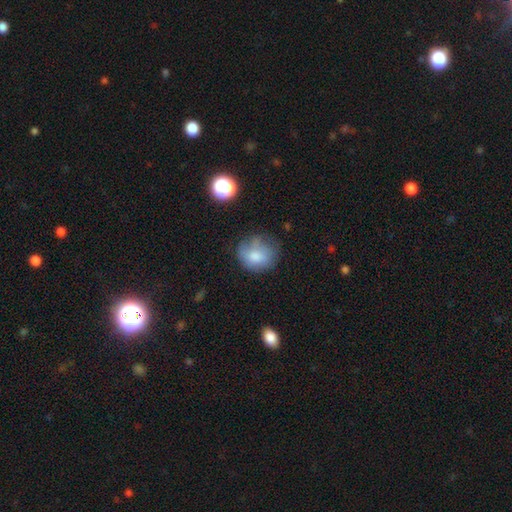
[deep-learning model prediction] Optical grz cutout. It shows a smooth galaxy with no disk features (73%) that is round (70%). Merging: none (50%).